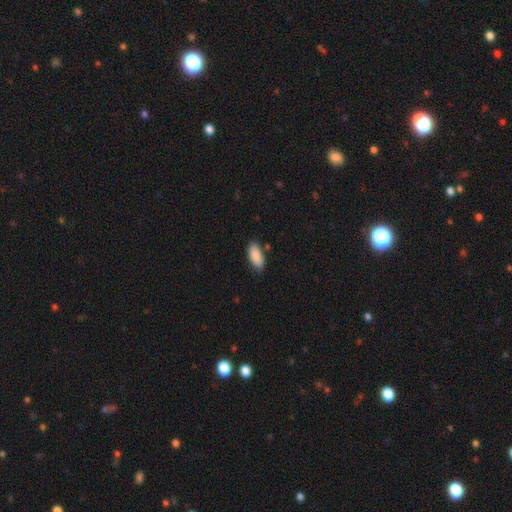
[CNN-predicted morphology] smooth_or_featured: smooth (p=0.86) [alt: featured or disk p=0.07]
how_rounded: in between (p=0.89) [alt: cigar-shaped p=0.09]
merging: none (p=0.82) [alt: minor disturbance p=0.13]